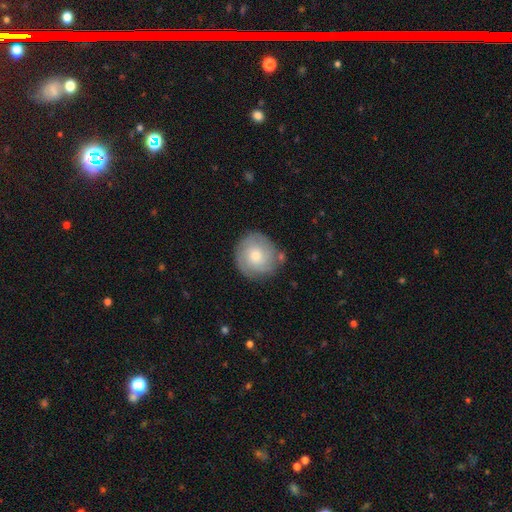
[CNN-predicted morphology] smooth_or_featured: featured or disk (p=0.53) [alt: smooth p=0.40]
disk_edge_on: no (p=0.97) [alt: yes p=0.03]
bar: no (p=0.81) [alt: weak p=0.17]
has_spiral_arms: yes (p=0.82) [alt: no p=0.18]
bulge_size: moderate (p=0.55) [alt: small p=0.38]
merging: none (p=0.80) [alt: minor disturbance p=0.14]